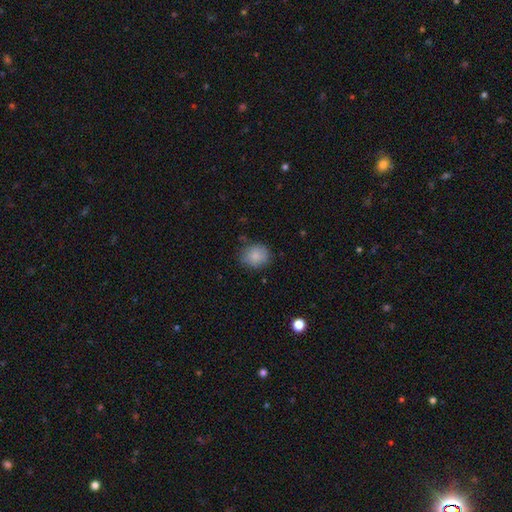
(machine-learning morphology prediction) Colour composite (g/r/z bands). It shows a smooth galaxy with no disk features (86%) that is round (64%). Merging: none (76%).